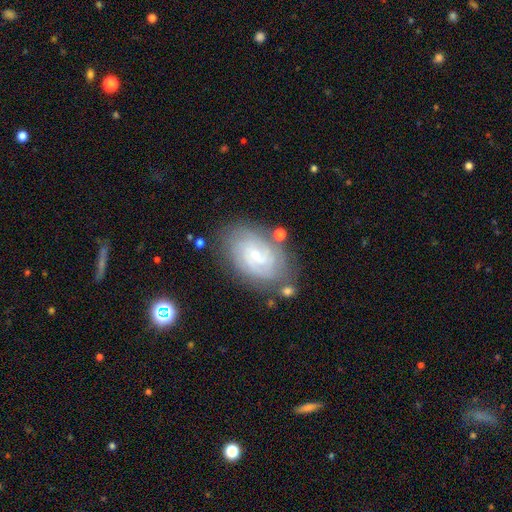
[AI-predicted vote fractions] Overall: featured or disk (80%). Edge-on disk: no (96%). Bar: no (49%; weak 43%). Spiral arms: yes (95%). Spiral arm count: can't tell (35%; 2 29%). Spiral winding: tight (69%). Bulge size: small (75%). Merging: none (74%).